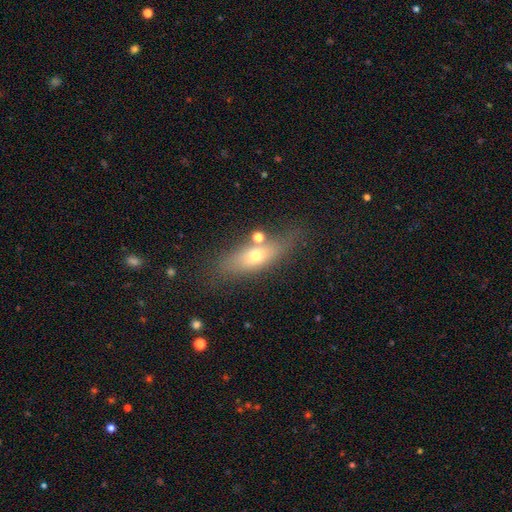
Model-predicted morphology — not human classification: A smooth galaxy with no disk features (57%) that is in between round and cigar-shaped (56%). Merging: none (68%).